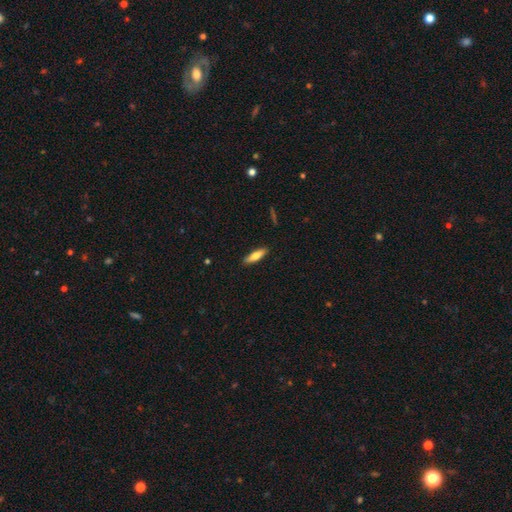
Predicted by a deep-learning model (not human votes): Smooth or featured: smooth — 72% (featured or disk — 23%)
How rounded: cigar-shaped — 62% (in between — 36%)
Merging: none — 89% (minor disturbance — 8%)